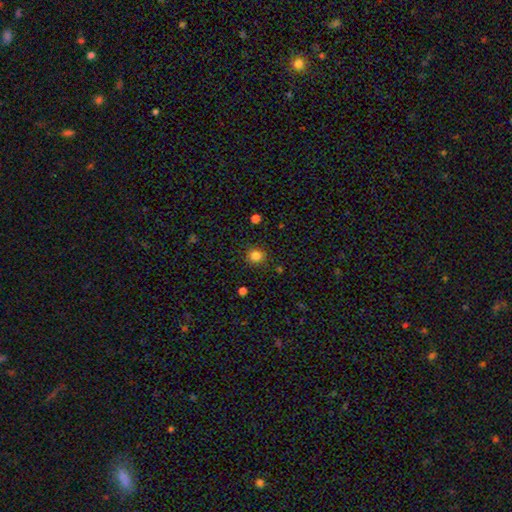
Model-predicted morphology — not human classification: Smooth or featured? Predicted: smooth (p=0.83). How rounded? Predicted: round (p=0.87). Merging? Predicted: none (p=0.87).